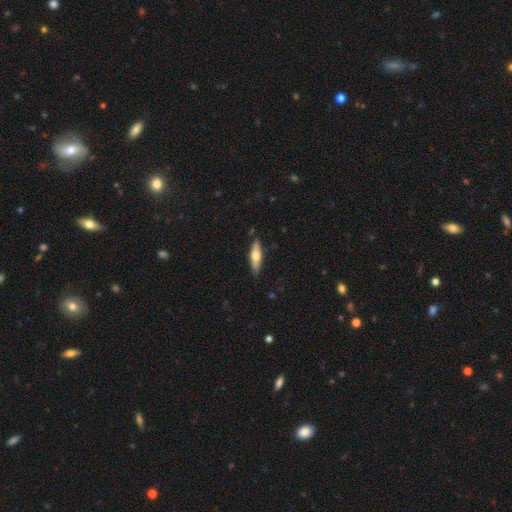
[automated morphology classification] Q: Smooth or featured?
A: smooth (55%); runner-up: featured or disk (39%)
Q: How rounded?
A: cigar-shaped (60%); runner-up: in between (38%)
Q: Merging?
A: none (87%); runner-up: minor disturbance (10%)